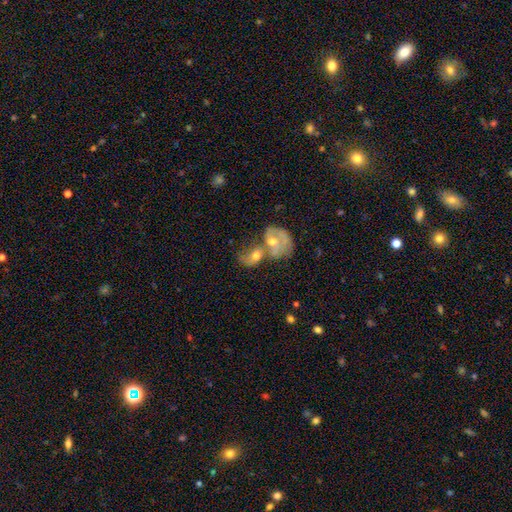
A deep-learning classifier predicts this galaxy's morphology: type=smooth (47%); merging=merger (73%).